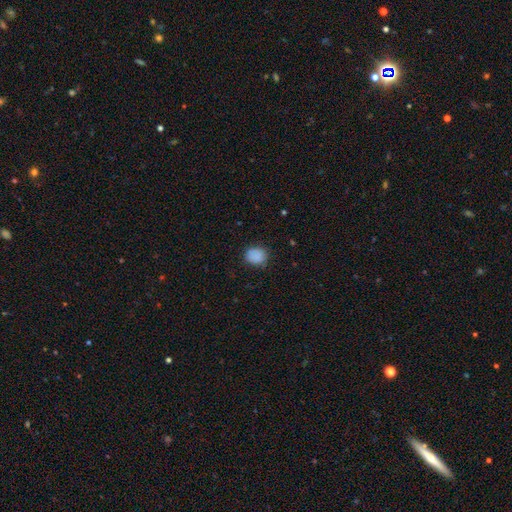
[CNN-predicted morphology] Smooth or featured?
  - smooth: 87% *
  - star or artifact: 9%
  - featured or disk: 4%
How rounded?
  - round: 63% *
  - in between: 36%
  - cigar-shaped: 1%
Merging?
  - none: 80% *
  - minor disturbance: 16%
  - major disturbance: 3%
  - merger: 1%